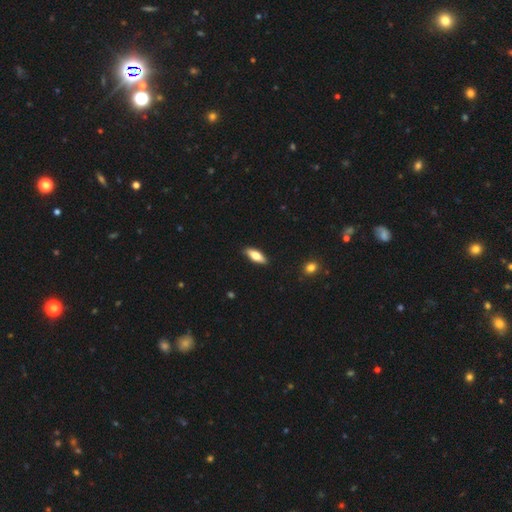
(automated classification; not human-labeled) A smooth galaxy with no disk features (70%) that is in between round and cigar-shaped (64%).

Vote fractions:
- Smooth or featured? smooth: 70% / featured or disk: 25% / star or artifact: 6%
- How rounded? in between: 64% / cigar-shaped: 33% / round: 2%
- Merging? none: 88% / minor disturbance: 9% / major disturbance: 2% / merger: 1%